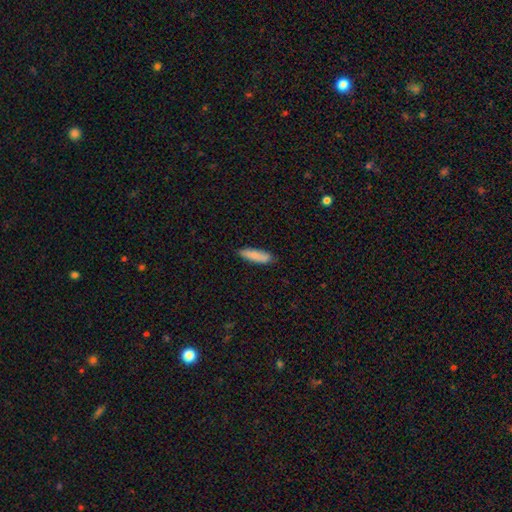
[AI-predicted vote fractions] Overall: smooth (86%). How rounded: cigar-shaped (55%; in between 44%). Merging: none (83%).